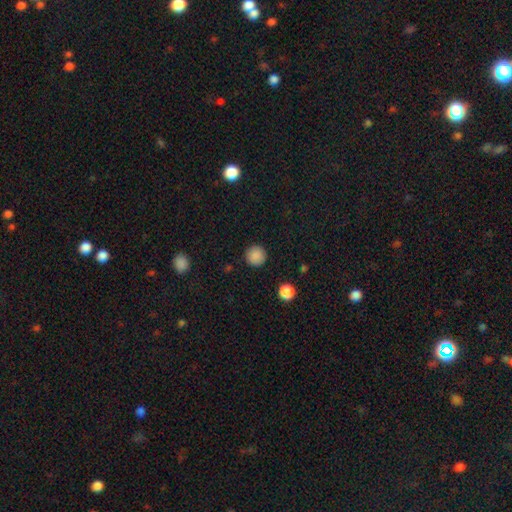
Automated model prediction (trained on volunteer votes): Smooth or featured? smooth (87%)
How rounded? round (95%)
Merging? none (91%)